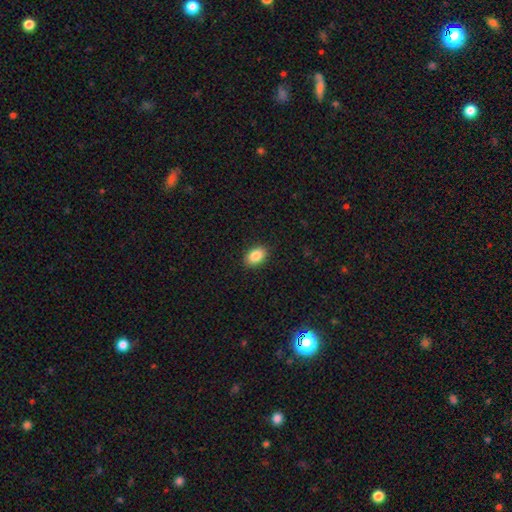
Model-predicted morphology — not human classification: smooth 87%, star or artifact 8%, featured or disk 5%. Down the decision tree: how rounded — in between (87%); merging — none (90%).